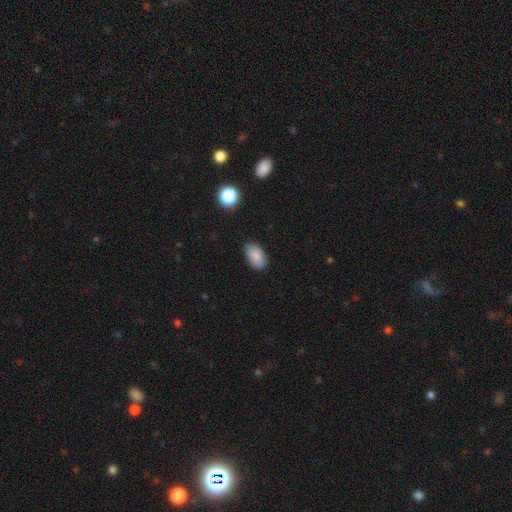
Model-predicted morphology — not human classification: Smooth or featured? smooth (86%)
How rounded? in between (93%)
Merging? none (84%)